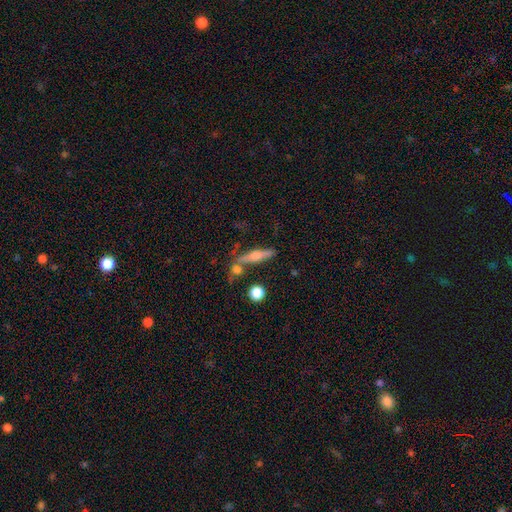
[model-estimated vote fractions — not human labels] featured or disk 60%, smooth 31%, star or artifact 9%. Down the decision tree: edge-on disk — yes (94%); edge-on bulge — rounded (88%); merging — none (70%).